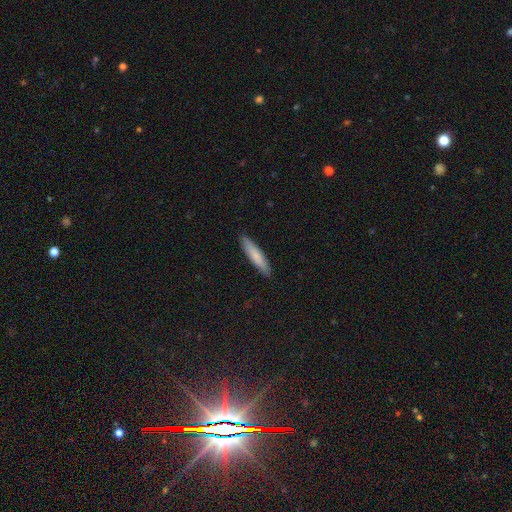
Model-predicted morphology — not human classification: Smooth or featured?
  - smooth: 80% *
  - featured or disk: 15%
  - star or artifact: 5%
How rounded?
  - cigar-shaped: 86% *
  - in between: 13%
  - round: 1%
Merging?
  - none: 90% *
  - minor disturbance: 7%
  - major disturbance: 1%
  - merger: 1%